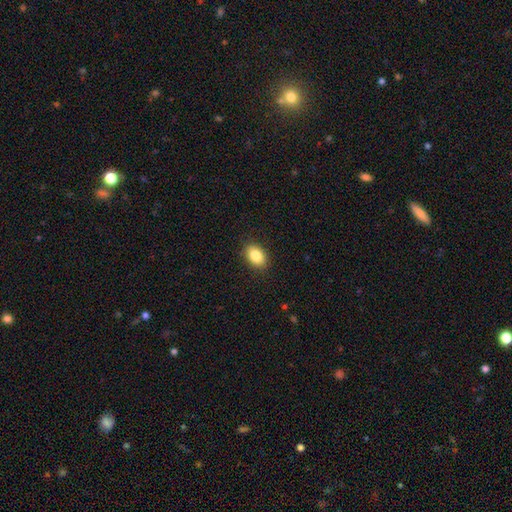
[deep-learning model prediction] Smooth or featured: smooth — 86% (star or artifact — 8%)
How rounded: in between — 86% (round — 12%)
Merging: none — 89% (minor disturbance — 8%)